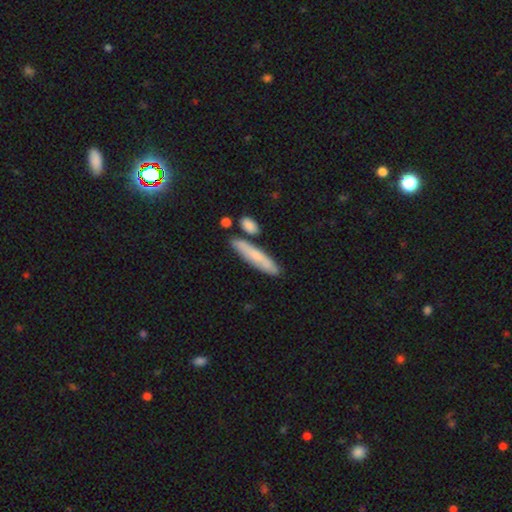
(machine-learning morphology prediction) Smooth or featured: smooth — 66% (featured or disk — 27%)
How rounded: cigar-shaped — 84% (in between — 14%)
Merging: none — 76% (minor disturbance — 13%)